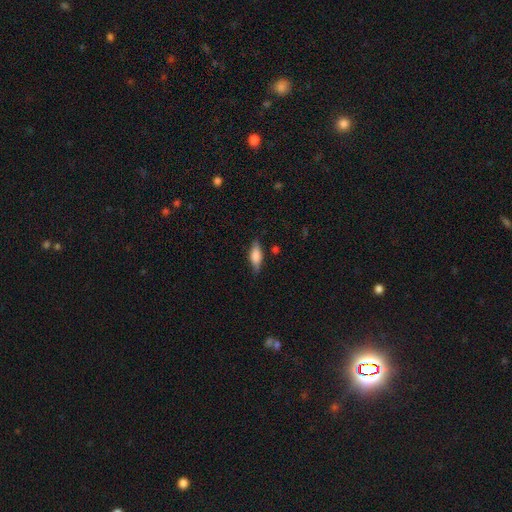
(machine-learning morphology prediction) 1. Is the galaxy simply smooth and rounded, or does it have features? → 71% smooth, 23% featured or disk, 7% star or artifact.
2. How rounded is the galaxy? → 64% in between, 33% cigar-shaped, 3% round.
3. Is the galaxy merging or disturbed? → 81% none, 15% minor disturbance, 3% major disturbance, 2% merger.